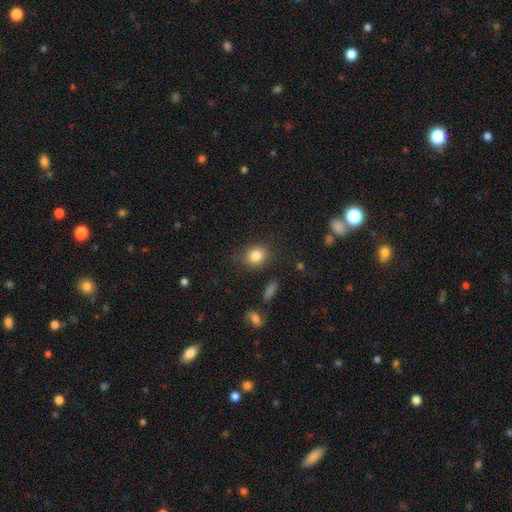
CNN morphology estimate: A smooth galaxy with no disk features (84%) that is round (64%).

Vote fractions:
- Smooth or featured? smooth: 84% / star or artifact: 10% / featured or disk: 7%
- How rounded? round: 64% / in between: 35% / cigar-shaped: 1%
- Merging? none: 82% / minor disturbance: 12% / major disturbance: 4% / merger: 2%